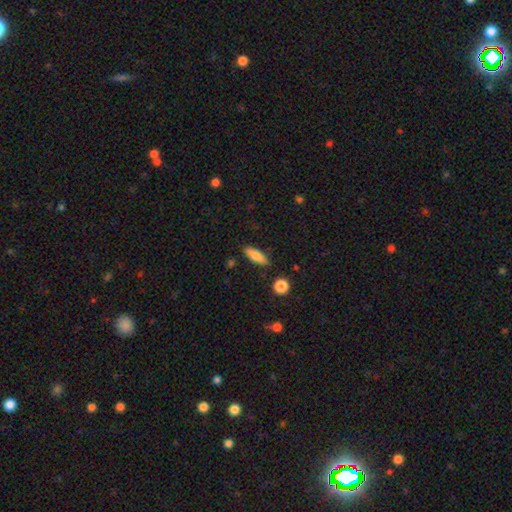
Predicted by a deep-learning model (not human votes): The model was most divided on "how rounded": in between: 53%, cigar-shaped: 44%, round: 3%. More confident: merging — none (86%); smooth or featured — smooth (78%).